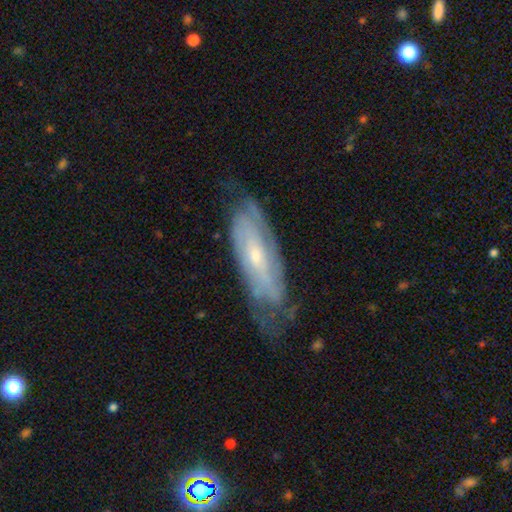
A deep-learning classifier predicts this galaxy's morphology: This is likely a featured or disk galaxy (79%). It is clearly not viewed edge-on (82%). Bar: possibly no (51%). Spiral arm pattern: clearly yes (89%). Spiral arm count: possibly can't tell (49%). Spiral winding: likely tight (63%). Central bulge: likely small (66%). Merging: likely none (66%).